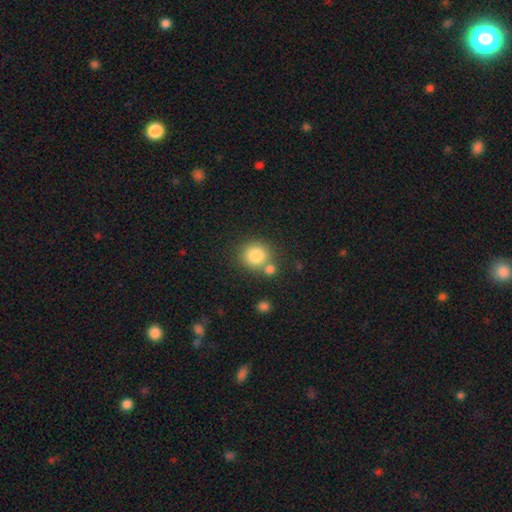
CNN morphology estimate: Smooth or featured: smooth — 83% (star or artifact — 10%)
How rounded: round — 88% (in between — 11%)
Merging: none — 64% (merger — 23%)